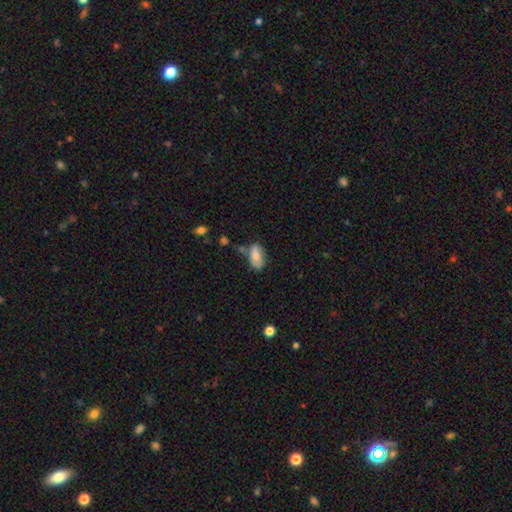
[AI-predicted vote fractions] Smooth or featured? smooth (79%)
How rounded? in between (90%)
Merging? none (56%)